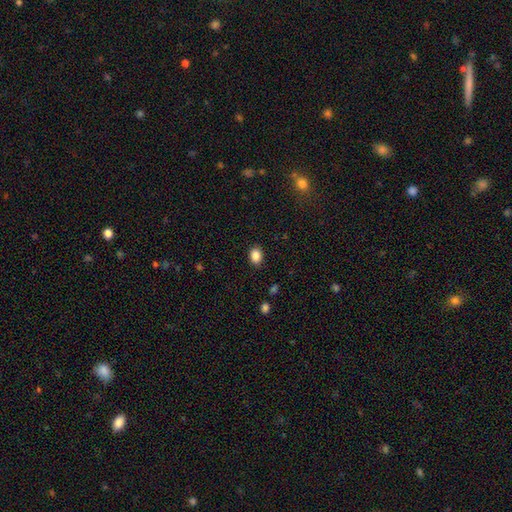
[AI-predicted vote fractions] Smooth or featured? Predicted: smooth (p=0.87). How rounded? Predicted: in between (p=0.68). Merging? Predicted: none (p=0.88).